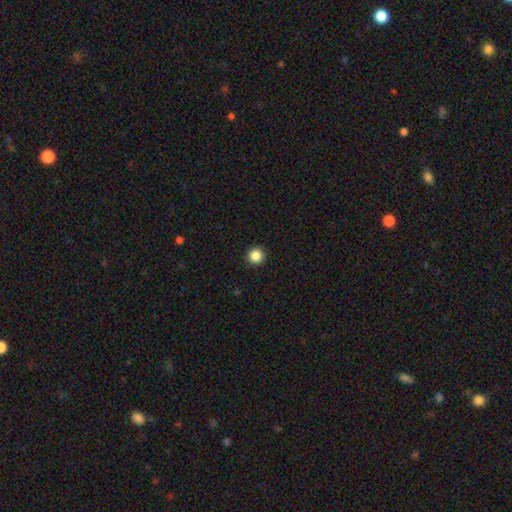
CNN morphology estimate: Smooth or featured? smooth (86%)
How rounded? round (96%)
Merging? none (93%)